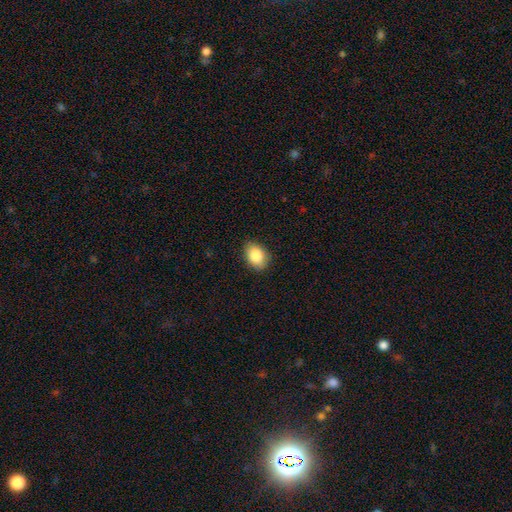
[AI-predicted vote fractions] A smooth galaxy with no disk features (86%) that is in between round and cigar-shaped (79%). Merging: none (85%).